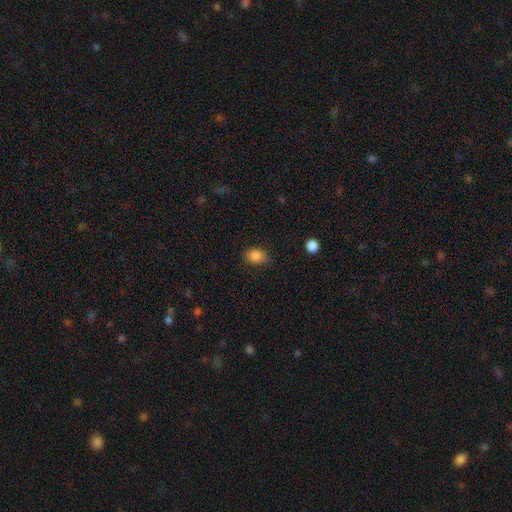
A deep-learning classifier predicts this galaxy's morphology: Smooth or featured? Predicted: smooth (p=0.85). How rounded? Predicted: in between (p=0.66). Merging? Predicted: none (p=0.79).